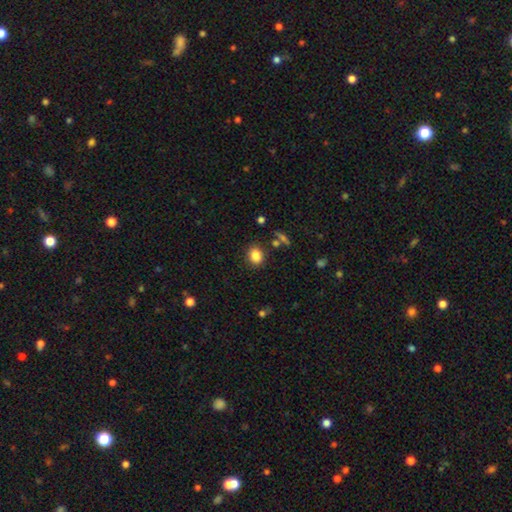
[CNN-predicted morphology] The model was most divided on "how rounded": round: 52%, in between: 47%, cigar-shaped: 1%. More confident: merging — none (84%); smooth or featured — smooth (84%).